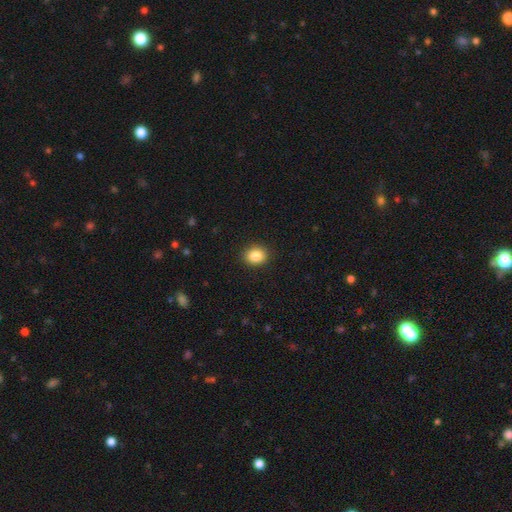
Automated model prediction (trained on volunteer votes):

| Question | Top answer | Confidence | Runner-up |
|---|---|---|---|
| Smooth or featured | smooth | 86% | star or artifact (9%) |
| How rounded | round | 53% | in between (46%) |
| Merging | none | 90% | minor disturbance (7%) |